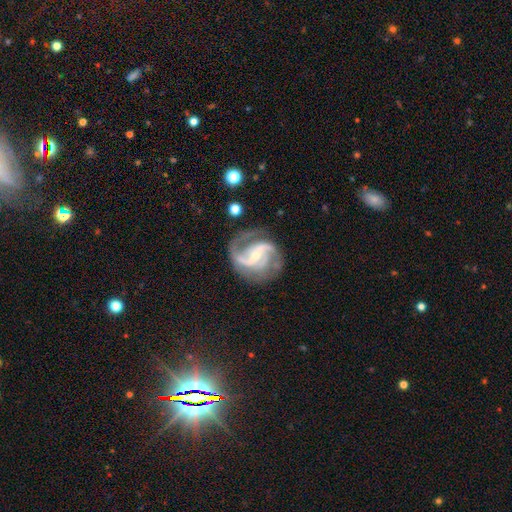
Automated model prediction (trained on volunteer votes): Smooth or featured: featured or disk — 91% (star or artifact — 5%)
Edge-on disk: no — 98% (yes — 2%)
Bar: weak — 41% (strong — 33%)
Spiral arms: yes — 98% (no — 2%)
Spiral winding: medium — 58% (loose — 22%)
Spiral arm count: 2 — 60% (3 — 24%)
Bulge size: small — 65% (moderate — 31%)
Merging: none — 69% (minor disturbance — 18%)